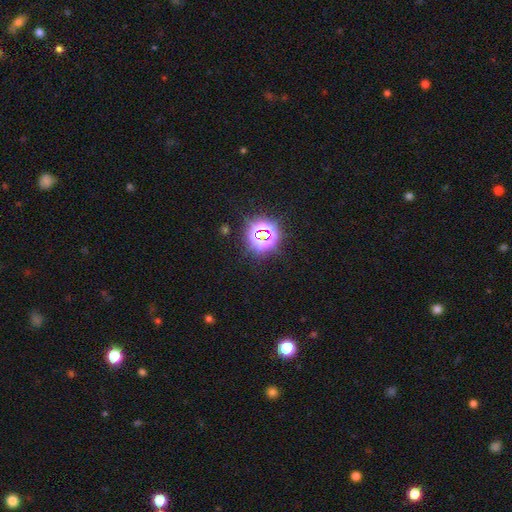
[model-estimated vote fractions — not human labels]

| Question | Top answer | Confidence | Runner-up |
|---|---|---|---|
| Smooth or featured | star or artifact | 77% | smooth (17%) |